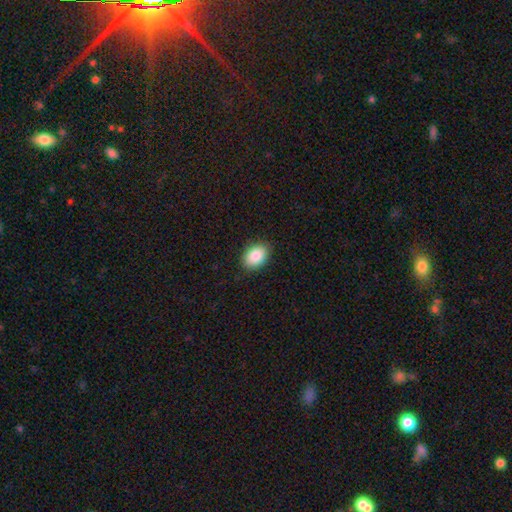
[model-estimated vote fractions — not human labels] Smooth or featured? Predicted: smooth (p=0.88). How rounded? Predicted: in between (p=0.83). Merging? Predicted: none (p=0.88).